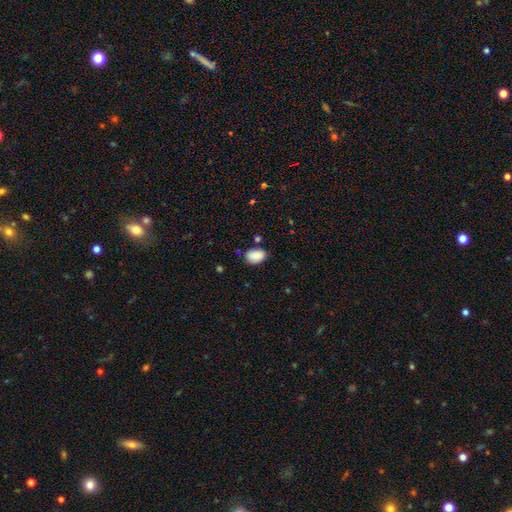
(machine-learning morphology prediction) type=smooth (88%); roundness=in between (85%); merging=none (77%).